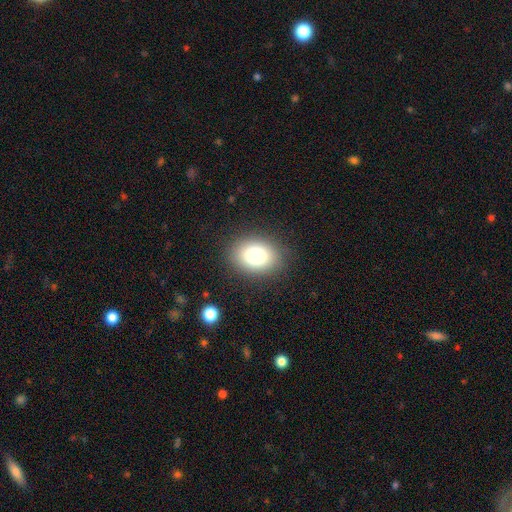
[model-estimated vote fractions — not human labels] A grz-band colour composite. It shows a smooth galaxy with no disk features (82%) that is in between round and cigar-shaped (66%). Merging: none (86%).